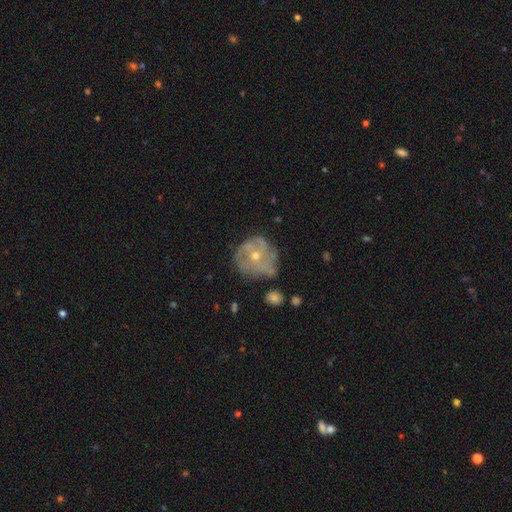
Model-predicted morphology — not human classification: This appears to be a featured or disk galaxy (69%) with no bar (78%), spiral arms (68%) and a small central bulge (51%). Merging: none (63%).